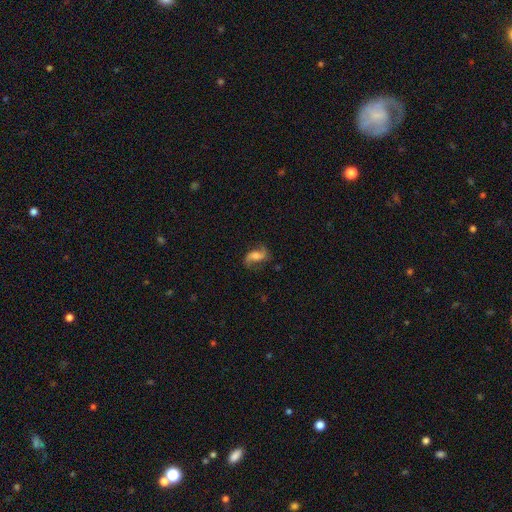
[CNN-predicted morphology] Q: Smooth or featured?
A: featured or disk (77%); runner-up: smooth (15%)
Q: Edge-on disk?
A: no (96%); runner-up: yes (4%)
Q: Bar?
A: no (47%); runner-up: weak (40%)
Q: Spiral arms?
A: yes (95%); runner-up: no (5%)
Q: Spiral winding?
A: loose (72%); runner-up: medium (22%)
Q: Spiral arm count?
A: 2 (91%); runner-up: 1 (3%)
Q: Bulge size?
A: moderate (43%); runner-up: small (27%)
Q: Merging?
A: none (73%); runner-up: minor disturbance (16%)